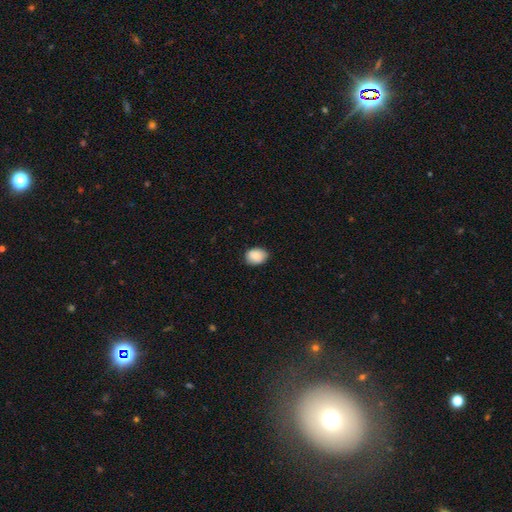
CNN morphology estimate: Overall: smooth (85%). How rounded: in between (54%; round 45%). Merging: none (84%).